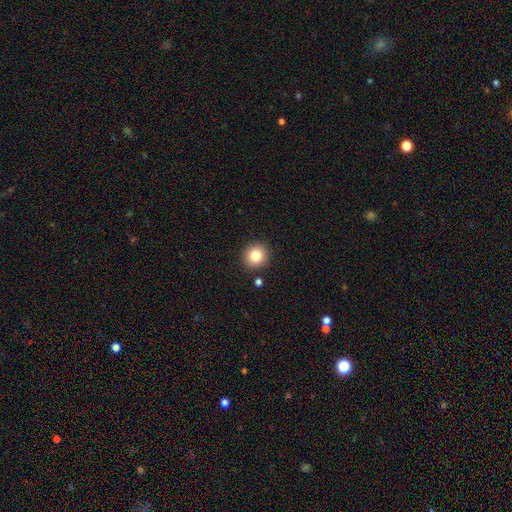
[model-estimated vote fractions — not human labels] Overall: smooth (83%). How rounded: round (90%). Merging: none (89%).